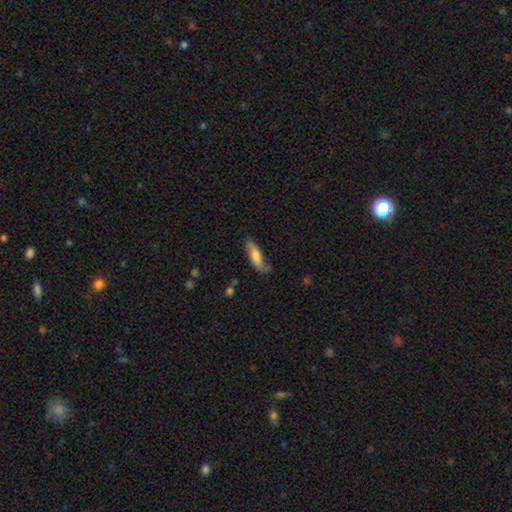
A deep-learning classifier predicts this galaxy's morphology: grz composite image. It shows a smooth galaxy with no disk features (59%) that is cigar-shaped (51%). Merging: none (65%).